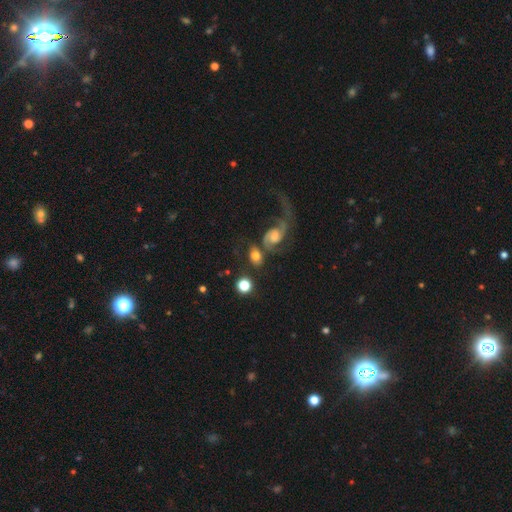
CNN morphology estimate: A smooth galaxy with no disk features (56%) that is round (55%).

Vote fractions:
- Smooth or featured? smooth: 56% / featured or disk: 33% / star or artifact: 10%
- How rounded? round: 55% / in between: 43% / cigar-shaped: 2%
- Merging? none: 49% / merger: 28% / minor disturbance: 13% / major disturbance: 10%